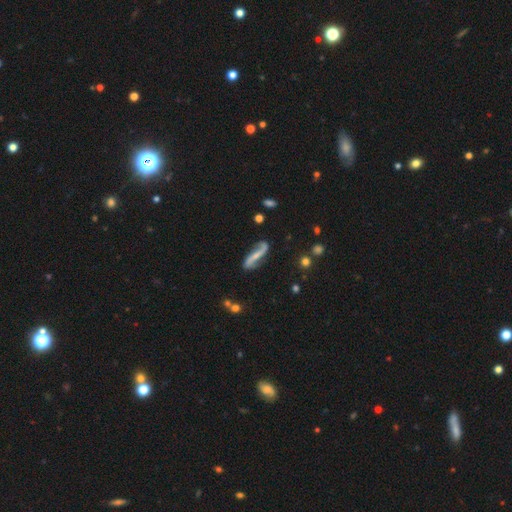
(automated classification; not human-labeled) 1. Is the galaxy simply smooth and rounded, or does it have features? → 80% featured or disk, 15% smooth, 5% star or artifact.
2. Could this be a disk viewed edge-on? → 86% no, 14% yes.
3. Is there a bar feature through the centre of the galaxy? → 42% strong, 31% no, 27% weak.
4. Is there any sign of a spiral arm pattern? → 94% yes, 6% no.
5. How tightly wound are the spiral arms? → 80% loose, 14% medium, 6% tight.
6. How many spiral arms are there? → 92% 2, 3% 1, 2% can't tell, 1% 3, 1% 4, 1% more than 4.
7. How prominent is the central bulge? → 53% small, 22% none, 21% moderate, 3% large, 2% dominant.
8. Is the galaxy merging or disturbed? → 73% none, 16% minor disturbance, 7% major disturbance, 4% merger.